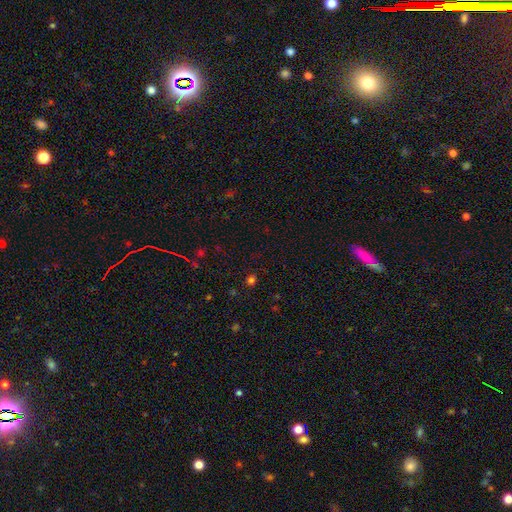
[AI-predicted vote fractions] This is possibly a smooth galaxy (55%). How rounded: likely round (71%). Merging: clearly none (82%).